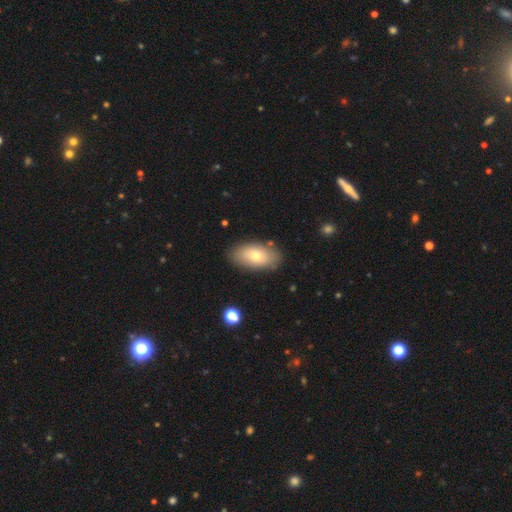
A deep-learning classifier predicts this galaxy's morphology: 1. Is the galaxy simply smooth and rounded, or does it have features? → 71% smooth, 22% featured or disk, 7% star or artifact.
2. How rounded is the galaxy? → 93% in between, 5% round, 3% cigar-shaped.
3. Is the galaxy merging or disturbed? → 83% none, 12% minor disturbance, 3% major disturbance, 2% merger.